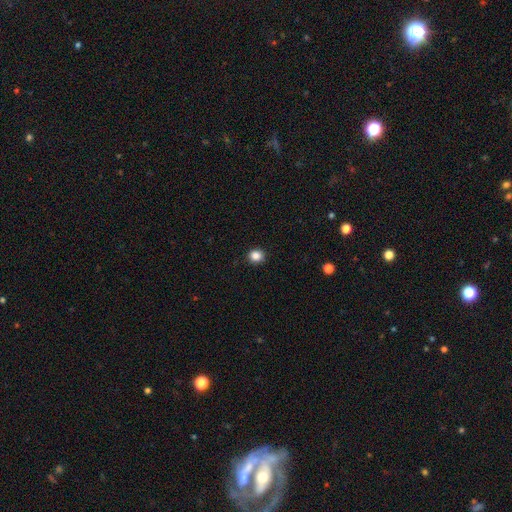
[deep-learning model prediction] Q: Smooth or featured?
A: smooth (86%); runner-up: star or artifact (11%)
Q: How rounded?
A: round (81%); runner-up: in between (18%)
Q: Merging?
A: none (91%); runner-up: minor disturbance (6%)